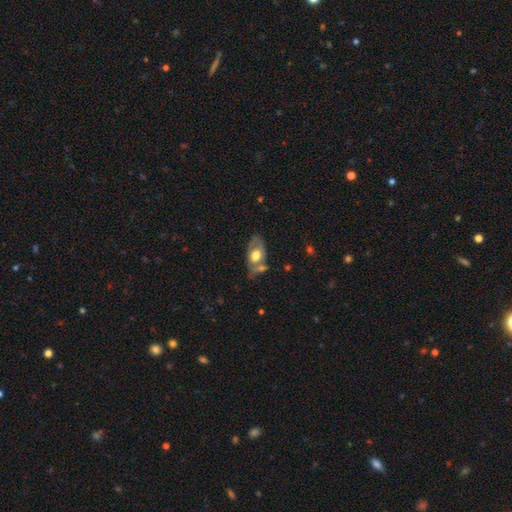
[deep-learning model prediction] This appears to be a smooth galaxy with no disk features (48%). Merging: none (48%).